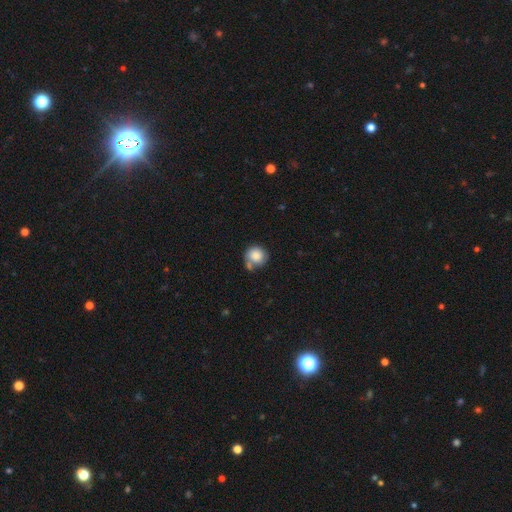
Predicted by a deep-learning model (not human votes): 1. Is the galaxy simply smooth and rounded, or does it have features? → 85% smooth, 8% star or artifact, 7% featured or disk.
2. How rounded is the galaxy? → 90% round, 9% in between, 1% cigar-shaped.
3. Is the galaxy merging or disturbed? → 54% none, 21% merger, 19% minor disturbance, 6% major disturbance.